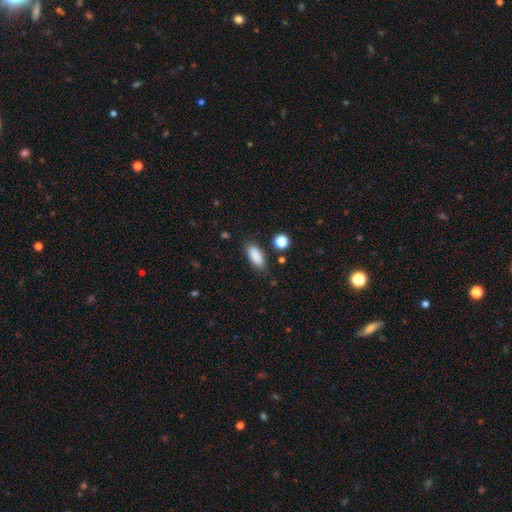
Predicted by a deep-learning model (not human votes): A smooth galaxy with no disk features (88%) that is in between round and cigar-shaped (81%).

Vote fractions:
- Smooth or featured? smooth: 88% / star or artifact: 8% / featured or disk: 5%
- How rounded? in between: 81% / cigar-shaped: 16% / round: 3%
- Merging? none: 80% / minor disturbance: 14% / major disturbance: 3% / merger: 3%